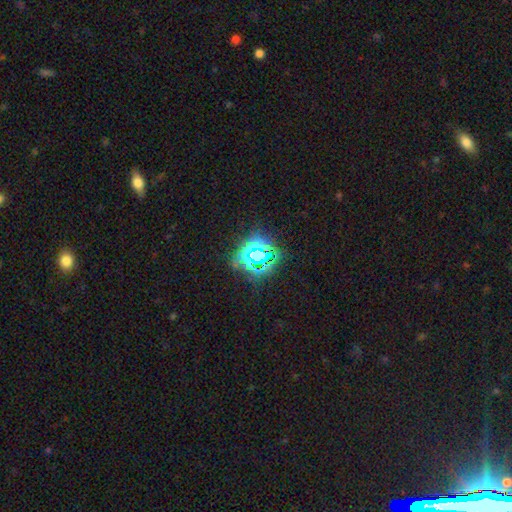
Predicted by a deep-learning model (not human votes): star or artifact 73%, smooth 17%, featured or disk 10%.